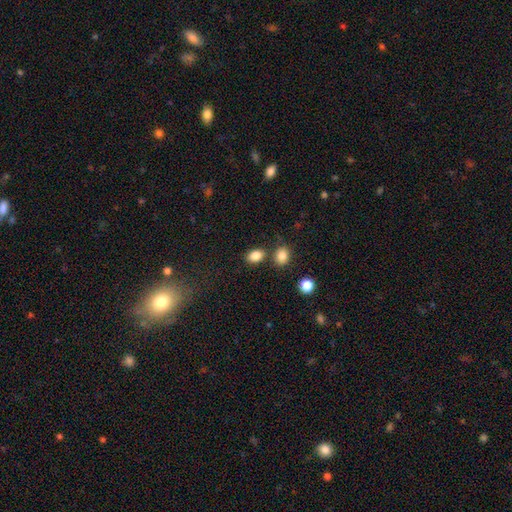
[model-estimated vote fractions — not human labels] Smooth or featured? smooth (85%)
How rounded? in between (76%)
Merging? none (72%)